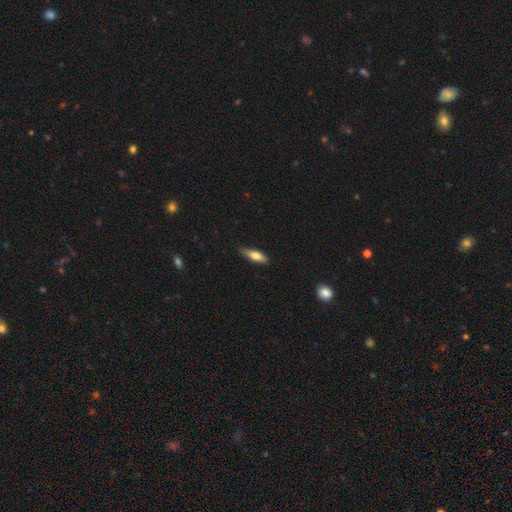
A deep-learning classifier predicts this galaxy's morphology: Overall: smooth (64%; featured or disk 30%). How rounded: cigar-shaped (56%; in between 42%). Merging: none (78%).